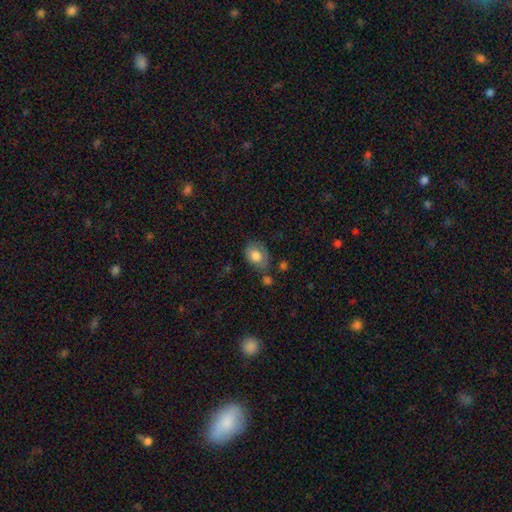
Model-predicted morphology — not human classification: type=smooth (76%); roundness=in between (69%); merging=none (54%).